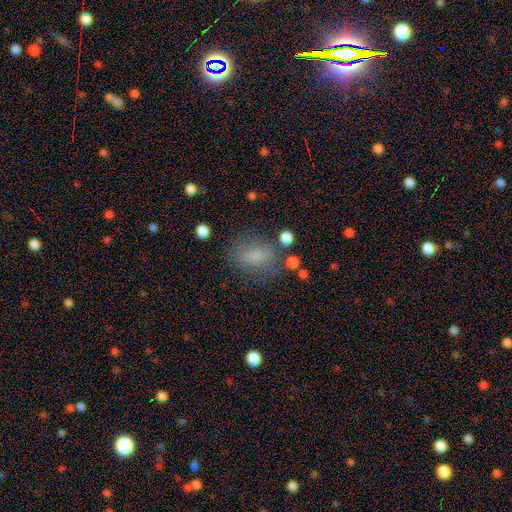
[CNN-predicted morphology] The model was most divided on "merging": none: 64%, minor disturbance: 20%, major disturbance: 12%, merger: 4%. More confident: how rounded — in between (73%); smooth or featured — smooth (72%).